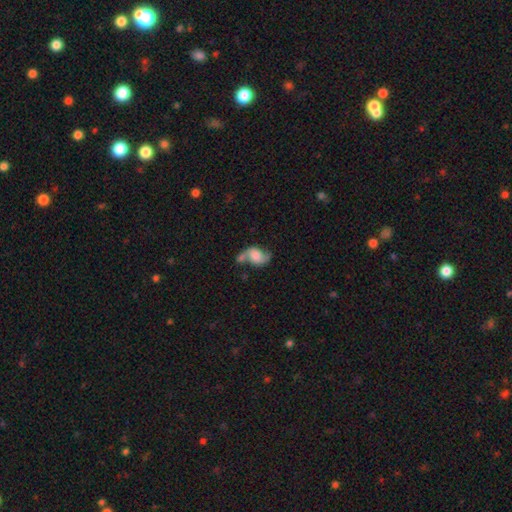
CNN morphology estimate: Smooth or featured? featured or disk (61%)
Edge-on disk? no (97%)
Bar? no (67%)
Spiral arms? yes (88%)
Spiral winding? loose (65%)
Spiral arm count? 2 (87%)
Bulge size? large (30%)
Merging? none (37%)